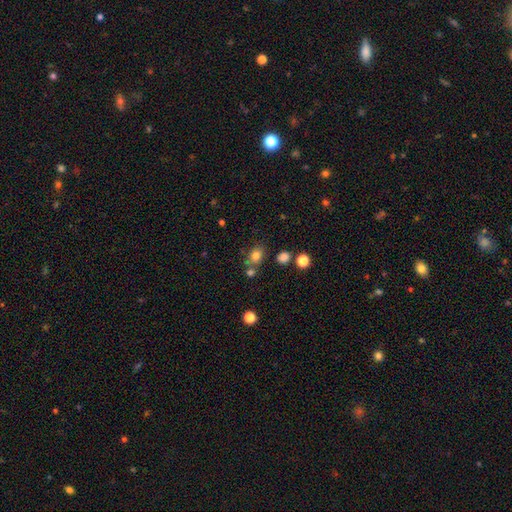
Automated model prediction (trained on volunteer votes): Morphology: type=smooth (79%); roundness=in between (54%); merging=none (66%).